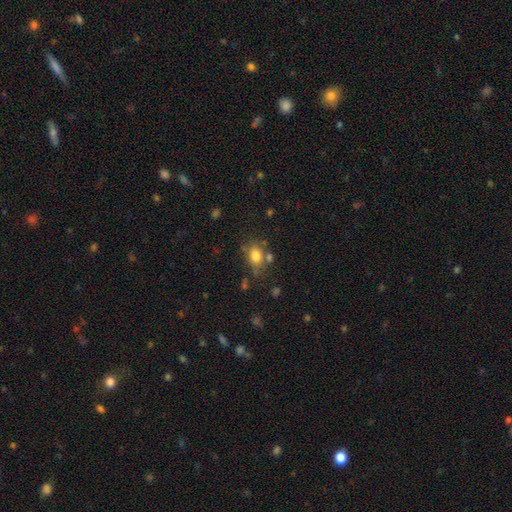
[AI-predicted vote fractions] This appears to be a smooth galaxy with no disk features (79%) that is in between round and cigar-shaped (66%). Merging: none (60%).